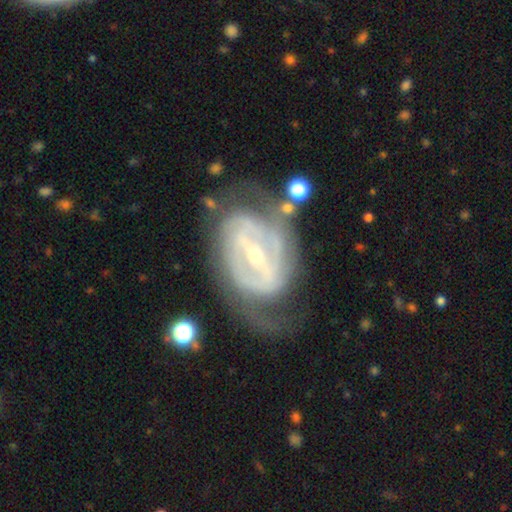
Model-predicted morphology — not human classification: type=featured or disk (88%); edge-on=no (95%); bar=strong (56%); spiral arms=yes (88%); winding=tight (58%); arm count=2 (47%); bulge=small (62%); merging=none (60%).